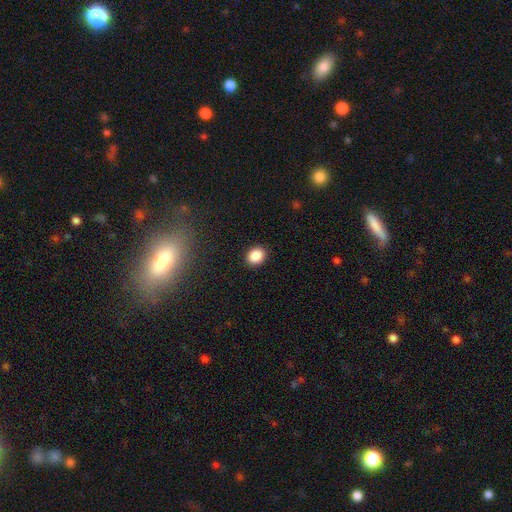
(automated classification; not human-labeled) Smooth or featured? smooth (88%)
How rounded? round (51%)
Merging? none (90%)